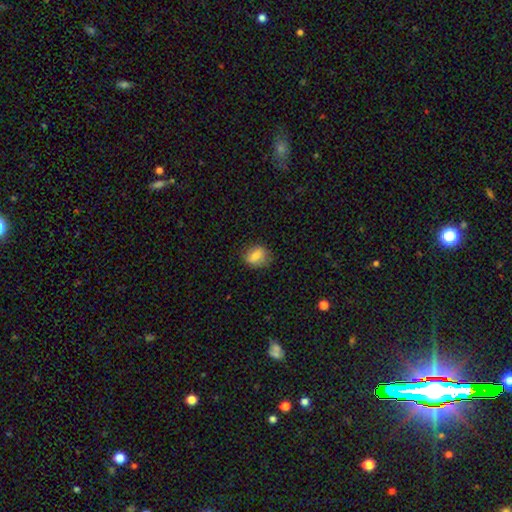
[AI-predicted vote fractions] This is likely a smooth galaxy (74%). How rounded: possibly round (51%). Merging: likely none (78%).